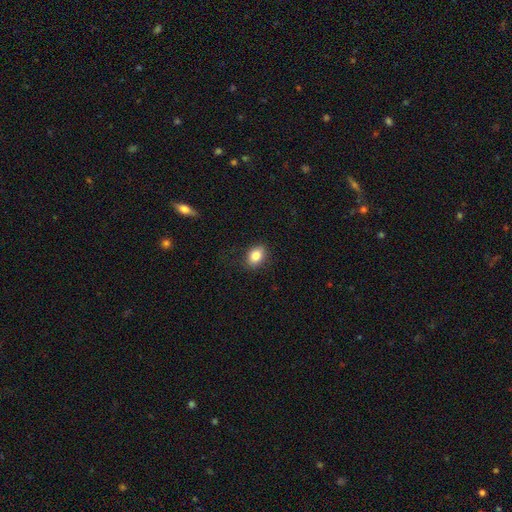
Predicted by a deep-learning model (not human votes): Morphology: type=smooth (84%); roundness=in between (72%); merging=none (82%).